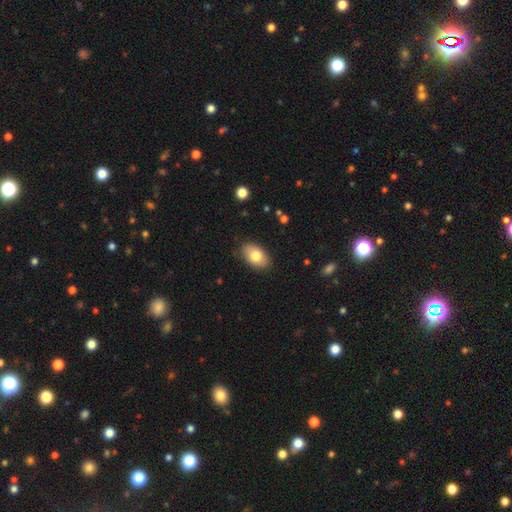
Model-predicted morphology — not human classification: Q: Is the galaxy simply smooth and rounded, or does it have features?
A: smooth — 79%.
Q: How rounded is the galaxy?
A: in between — 91%.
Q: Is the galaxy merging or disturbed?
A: none — 86%.